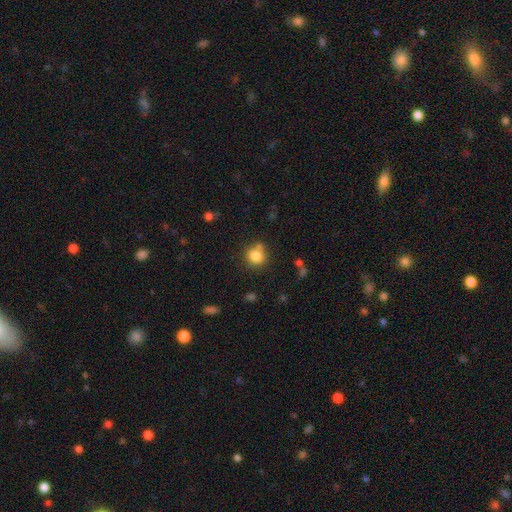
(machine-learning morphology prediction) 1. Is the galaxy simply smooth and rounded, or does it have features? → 82% smooth, 11% star or artifact, 7% featured or disk.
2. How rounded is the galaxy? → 86% round, 14% in between, 1% cigar-shaped.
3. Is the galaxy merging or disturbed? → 70% none, 13% minor disturbance, 12% merger, 4% major disturbance.